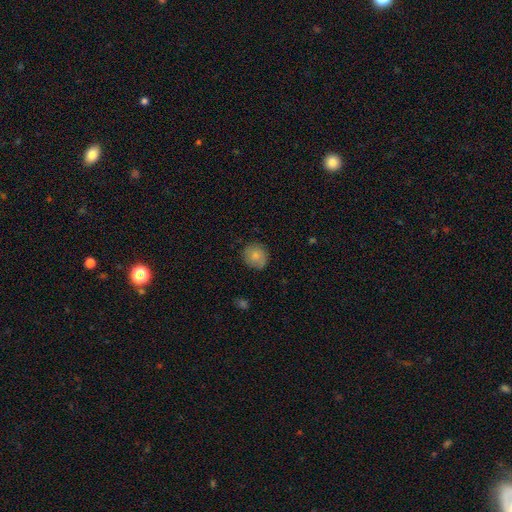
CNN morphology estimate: A smooth galaxy with no disk features (83%) that is round (88%).

Vote fractions:
- Smooth or featured? smooth: 83% / featured or disk: 10% / star or artifact: 8%
- How rounded? round: 88% / in between: 12% / cigar-shaped: 1%
- Merging? none: 84% / minor disturbance: 12% / major disturbance: 2% / merger: 1%